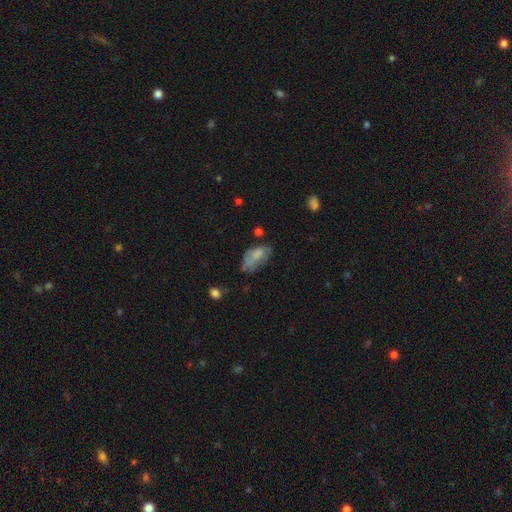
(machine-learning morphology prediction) smooth 60%, featured or disk 30%, star or artifact 10%. Down the decision tree: how rounded — in between (91%); merging — none (42%).